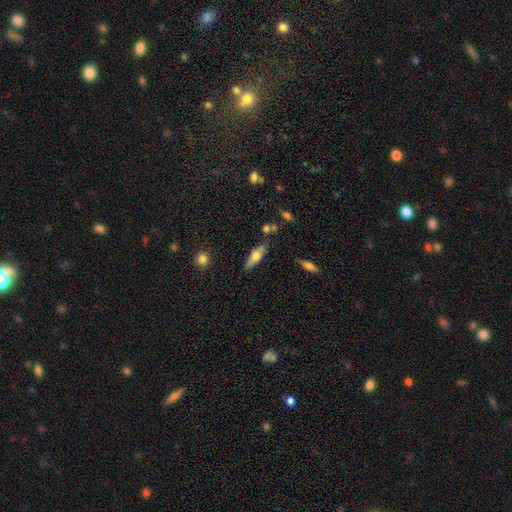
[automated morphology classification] Smooth or featured? Predicted: smooth (p=0.60). How rounded? Predicted: in between (p=0.55). Merging? Predicted: none (p=0.76).